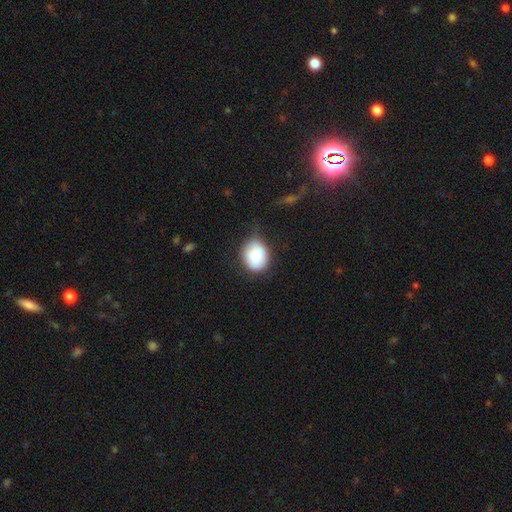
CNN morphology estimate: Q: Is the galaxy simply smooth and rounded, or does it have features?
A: smooth — 81%.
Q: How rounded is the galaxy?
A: round — 59%.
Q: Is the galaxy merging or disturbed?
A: none — 67%.